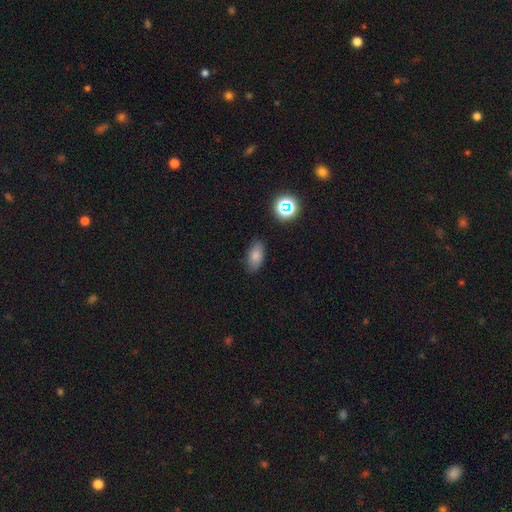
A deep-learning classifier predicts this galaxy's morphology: Smooth or featured? smooth (79%)
How rounded? in between (90%)
Merging? none (83%)